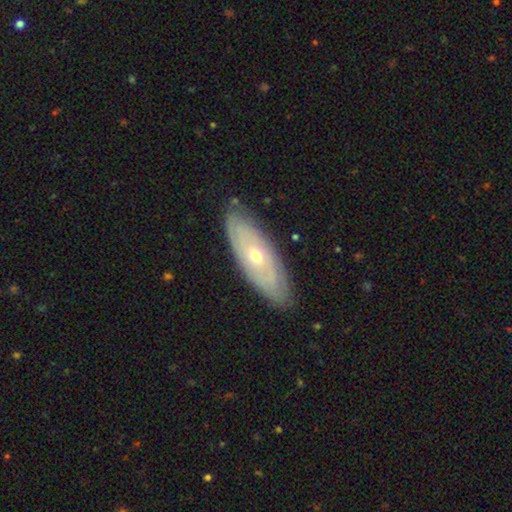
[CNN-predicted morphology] This is likely a featured or disk galaxy (64%). It is likely not viewed edge-on (75%). Merging: clearly none (83%).